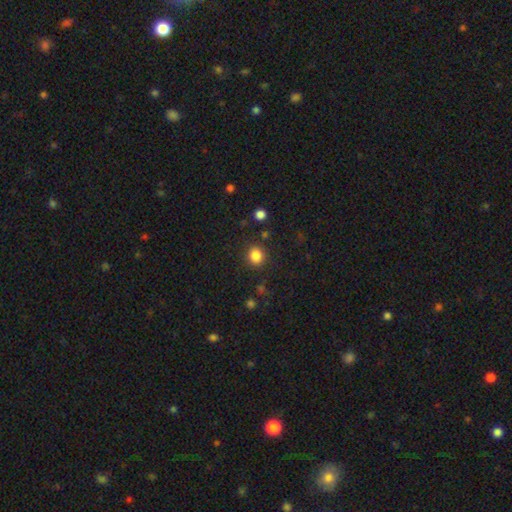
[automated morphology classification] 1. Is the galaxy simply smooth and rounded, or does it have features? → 85% smooth, 11% star or artifact, 4% featured or disk.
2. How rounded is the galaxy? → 77% round, 22% in between, 1% cigar-shaped.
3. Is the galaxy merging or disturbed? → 87% none, 8% minor disturbance, 3% major disturbance, 3% merger.